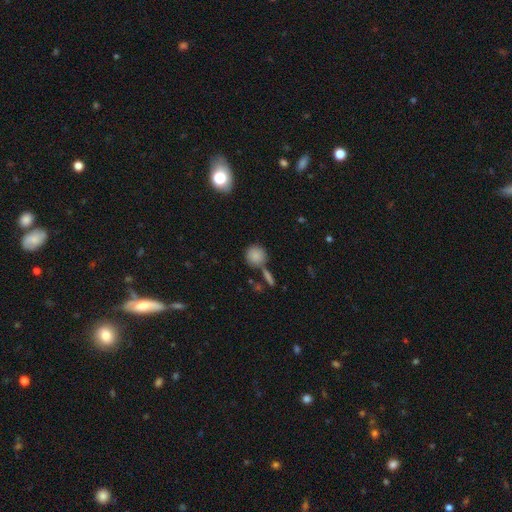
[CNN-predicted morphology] Smooth or featured: smooth — 85% (star or artifact — 9%)
How rounded: round — 91% (in between — 7%)
Merging: none — 69% (merger — 17%)